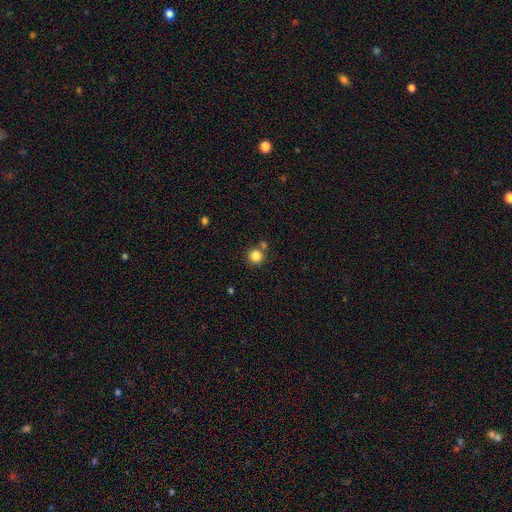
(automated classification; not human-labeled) smooth_or_featured: smooth (p=0.84) [alt: star or artifact p=0.11]
how_rounded: round (p=0.94) [alt: in between p=0.05]
merging: none (p=0.74) [alt: merger p=0.15]